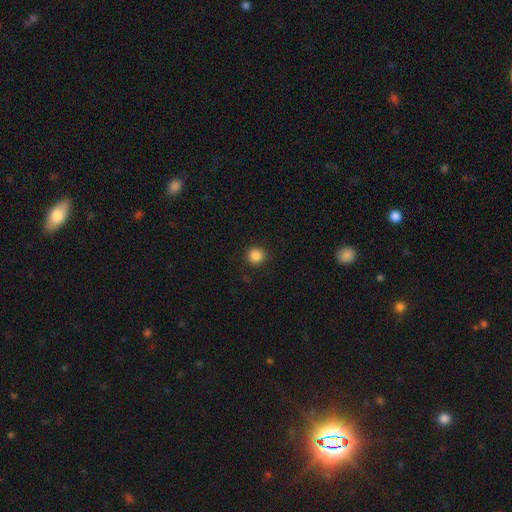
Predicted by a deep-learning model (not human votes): Morphology: type=smooth (86%); roundness=round (91%); merging=none (91%).